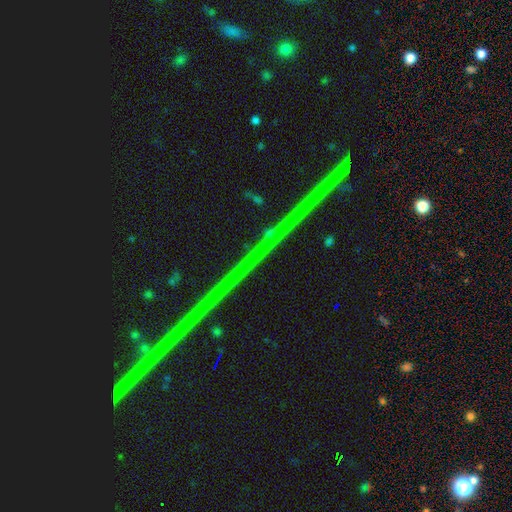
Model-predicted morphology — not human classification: star or artifact 86%, featured or disk 10%, smooth 4%.